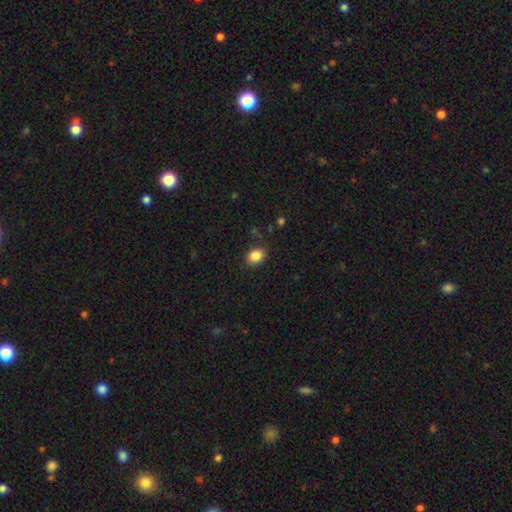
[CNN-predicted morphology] smooth-or-featured: smooth: 86% | star or artifact: 10% | featured or disk: 5%
  how-rounded: in between: 56% | round: 44% | cigar-shaped: 1%
  merging: none: 85% | minor disturbance: 11% | major disturbance: 3% | merger: 1%